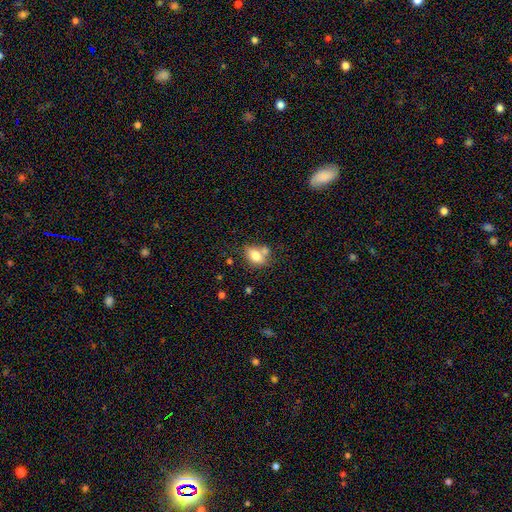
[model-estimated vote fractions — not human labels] This appears to be a smooth galaxy with no disk features (76%) that is in between round and cigar-shaped (80%). Merging: none (47%).